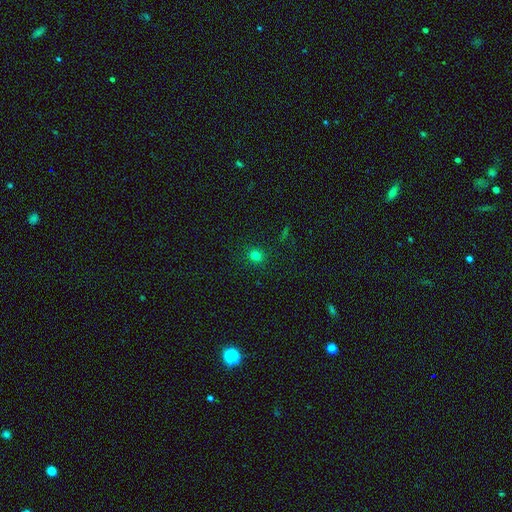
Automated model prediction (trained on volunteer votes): A smooth galaxy with no disk features (77%) that is round (84%).

Vote fractions:
- Smooth or featured? smooth: 77% / star or artifact: 17% / featured or disk: 6%
- How rounded? round: 84% / in between: 15% / cigar-shaped: 1%
- Merging? none: 90% / minor disturbance: 7% / major disturbance: 2% / merger: 1%